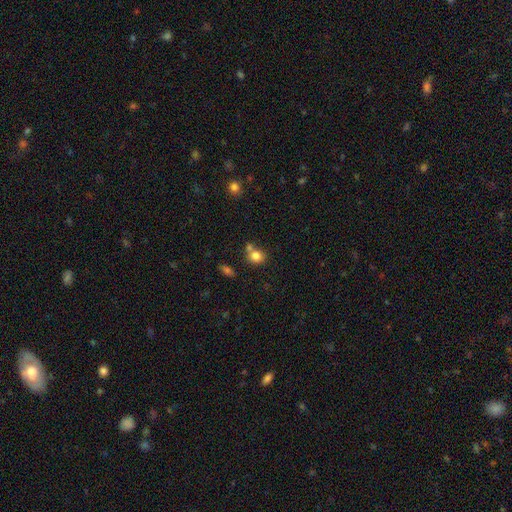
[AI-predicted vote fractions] Smooth or featured? smooth (80%)
How rounded? round (70%)
Merging? none (53%)